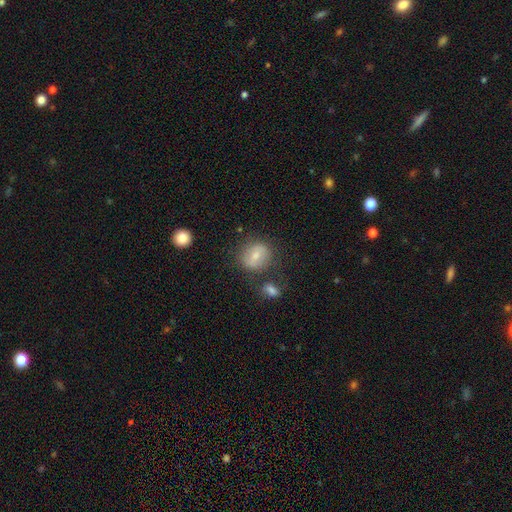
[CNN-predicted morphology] Smooth or featured? Predicted: smooth (p=0.65). How rounded? Predicted: round (p=0.70). Merging? Predicted: none (p=0.70).